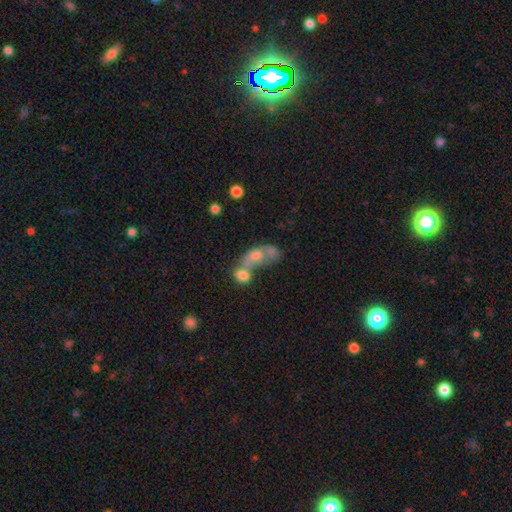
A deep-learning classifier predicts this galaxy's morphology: type=smooth (62%); roundness=in between (73%); merging=merger (72%).